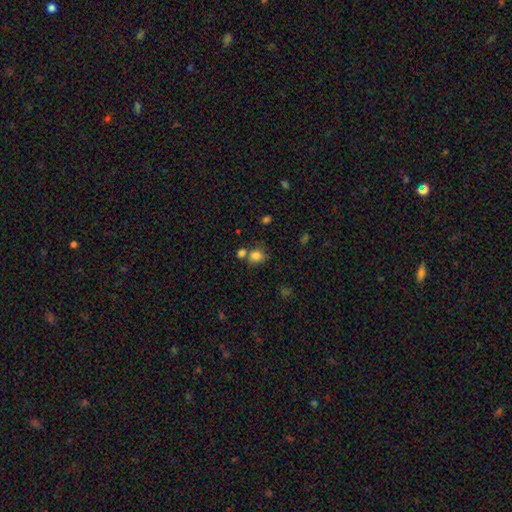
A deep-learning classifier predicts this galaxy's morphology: Smooth or featured?
  - smooth: 81% *
  - star or artifact: 12%
  - featured or disk: 7%
How rounded?
  - round: 66% *
  - in between: 33%
  - cigar-shaped: 1%
Merging?
  - none: 55% *
  - merger: 26%
  - minor disturbance: 13%
  - major disturbance: 5%